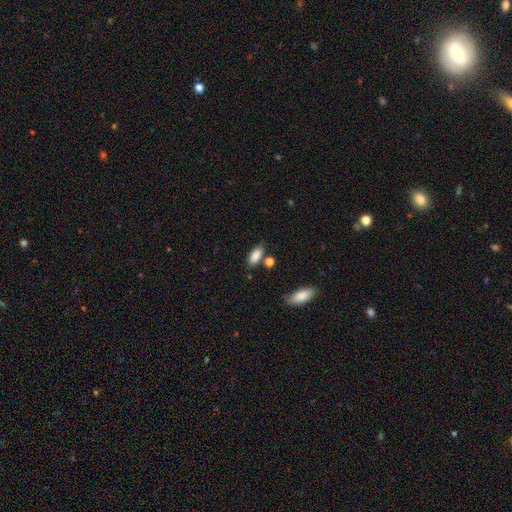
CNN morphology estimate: smooth_or_featured: smooth (p=0.87) [alt: star or artifact p=0.07]
how_rounded: in between (p=0.84) [alt: cigar-shaped p=0.13]
merging: none (p=0.72) [alt: minor disturbance p=0.14]